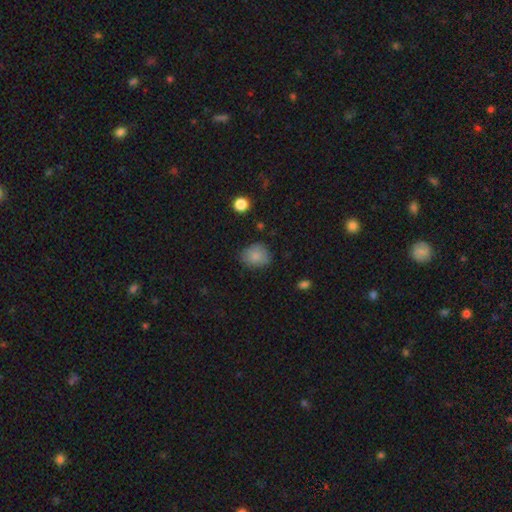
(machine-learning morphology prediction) Smooth or featured: smooth — 83% (star or artifact — 9%)
How rounded: round — 59% (in between — 41%)
Merging: none — 73% (minor disturbance — 21%)